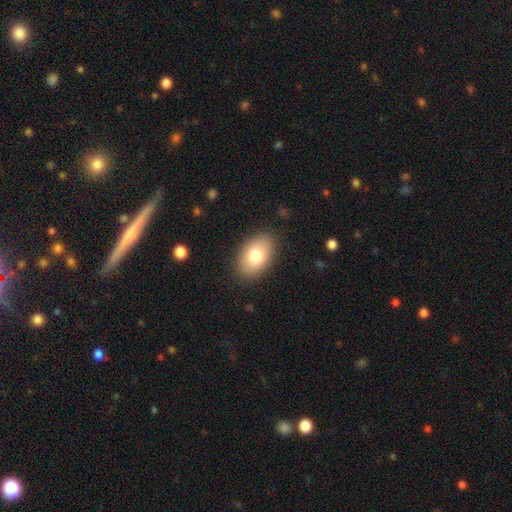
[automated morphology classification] This appears to be a smooth galaxy with no disk features (79%) that is in between round and cigar-shaped (91%). Merging: none (86%).